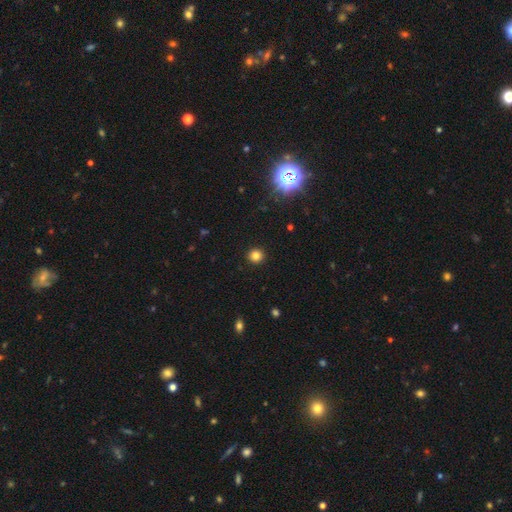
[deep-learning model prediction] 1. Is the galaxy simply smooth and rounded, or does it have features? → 83% smooth, 13% star or artifact, 5% featured or disk.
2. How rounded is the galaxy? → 94% round, 5% in between, 1% cigar-shaped.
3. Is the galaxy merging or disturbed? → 93% none, 4% minor disturbance, 2% major disturbance, 1% merger.